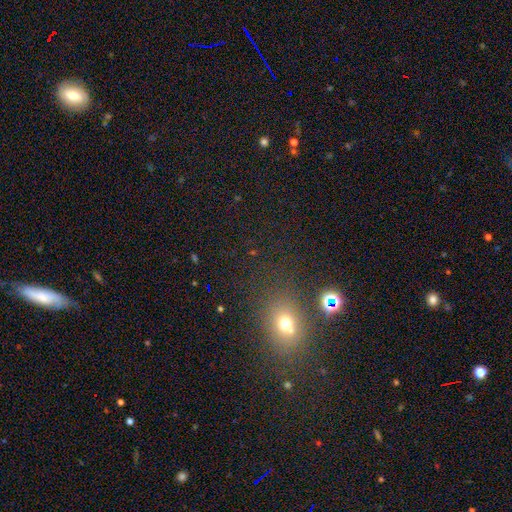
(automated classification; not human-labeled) Overall: smooth (56%; star or artifact 34%). How rounded: in between (50%; round 45%). Merging: none (82%).